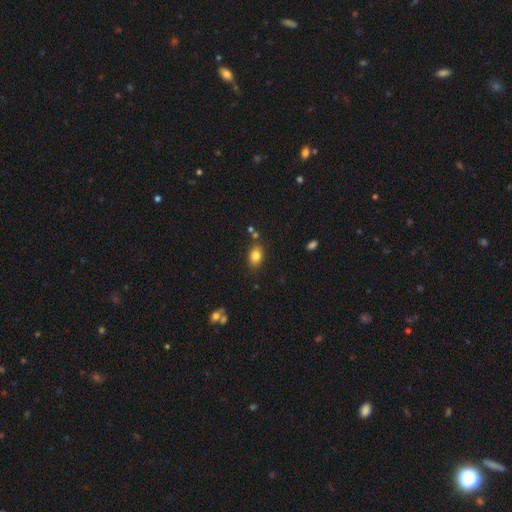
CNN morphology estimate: smooth 82%, star or artifact 10%, featured or disk 8%. Down the decision tree: how rounded — in between (80%); merging — none (79%).